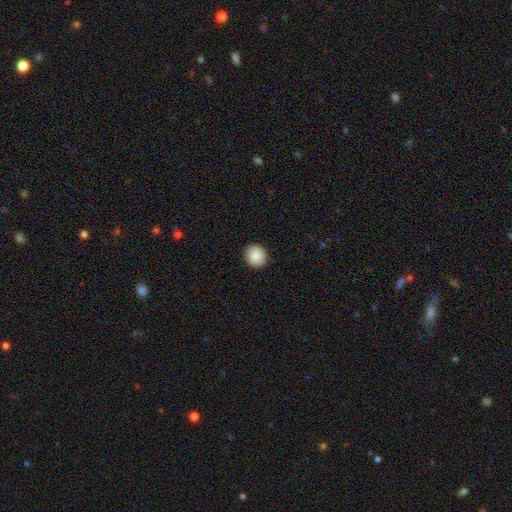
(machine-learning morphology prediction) smooth-or-featured: smooth: 86% | star or artifact: 8% | featured or disk: 6%
  how-rounded: round: 89% | in between: 10% | cigar-shaped: 1%
  merging: none: 90% | minor disturbance: 7% | major disturbance: 2% | merger: 1%